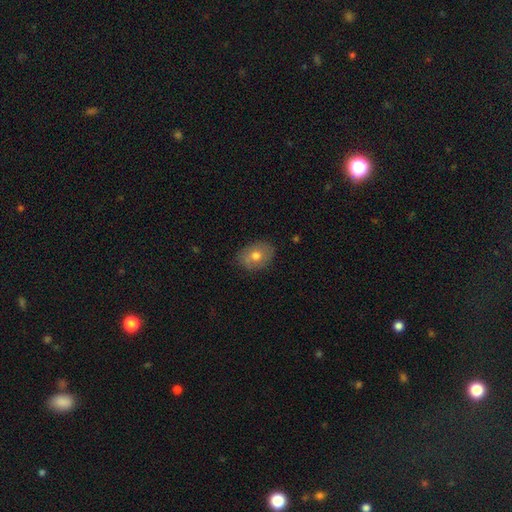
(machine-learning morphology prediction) Q: Smooth or featured?
A: smooth (70%); runner-up: featured or disk (22%)
Q: How rounded?
A: in between (67%); runner-up: round (31%)
Q: Merging?
A: none (79%); runner-up: minor disturbance (16%)